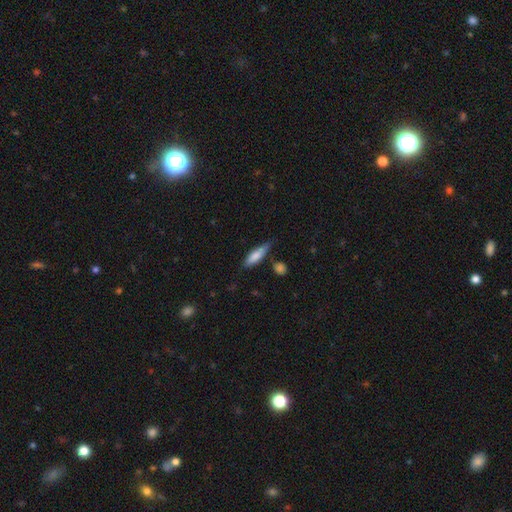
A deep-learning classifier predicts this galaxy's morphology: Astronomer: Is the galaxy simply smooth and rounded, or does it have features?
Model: smooth — 79%.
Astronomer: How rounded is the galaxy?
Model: cigar-shaped — 66%.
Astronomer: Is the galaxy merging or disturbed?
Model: none — 71%.